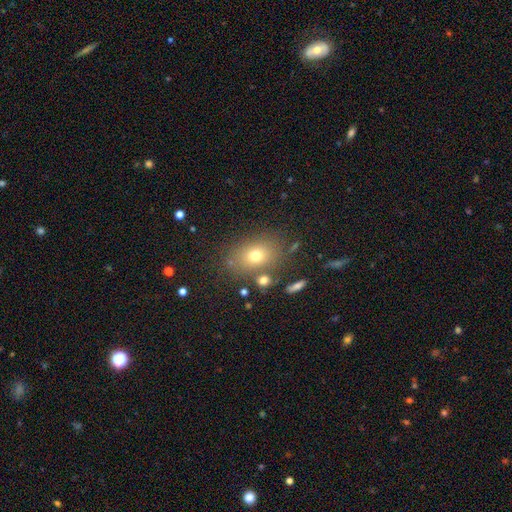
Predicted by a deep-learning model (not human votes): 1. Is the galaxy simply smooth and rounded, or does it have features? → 70% smooth, 15% star or artifact, 15% featured or disk.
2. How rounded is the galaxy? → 66% in between, 33% round, 1% cigar-shaped.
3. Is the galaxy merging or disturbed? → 77% none, 12% minor disturbance, 7% merger, 5% major disturbance.